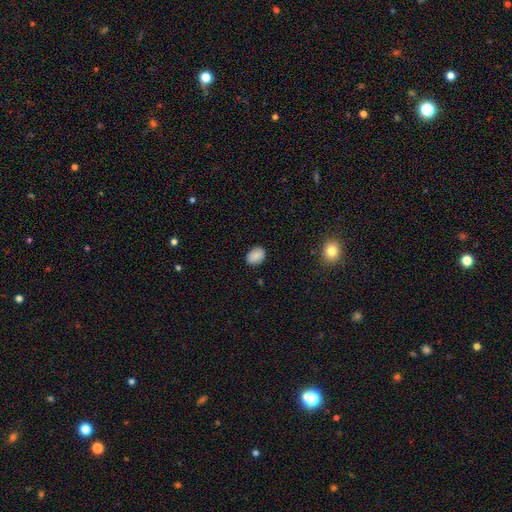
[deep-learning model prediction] smooth_or_featured: smooth (p=0.87) [alt: star or artifact p=0.08]
how_rounded: in between (p=0.80) [alt: round p=0.19]
merging: none (p=0.85) [alt: minor disturbance p=0.12]